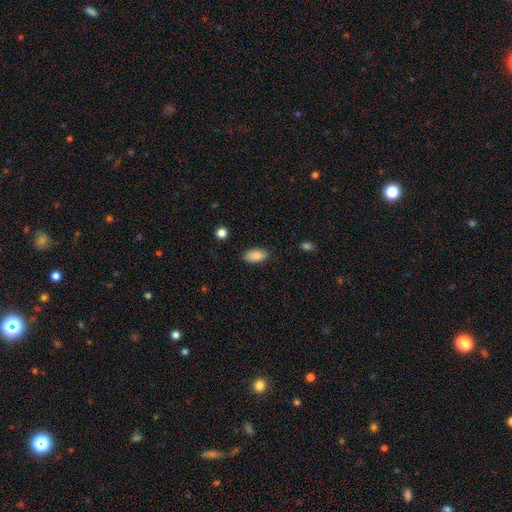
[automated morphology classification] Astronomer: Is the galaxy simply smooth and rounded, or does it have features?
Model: smooth — 88%.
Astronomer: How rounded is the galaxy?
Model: in between — 93%.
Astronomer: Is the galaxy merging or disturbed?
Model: none — 86%.